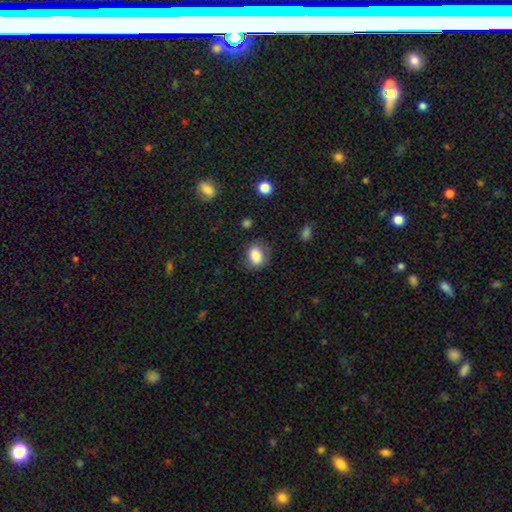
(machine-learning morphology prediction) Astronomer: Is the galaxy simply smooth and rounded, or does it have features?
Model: smooth — 84%.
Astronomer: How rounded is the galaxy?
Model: in between — 66%.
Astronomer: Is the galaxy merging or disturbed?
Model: none — 73%.